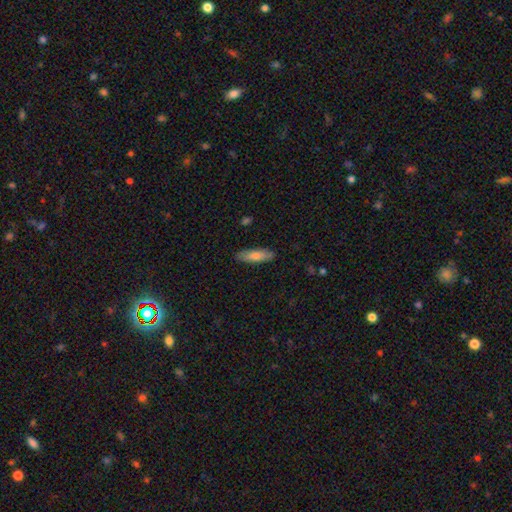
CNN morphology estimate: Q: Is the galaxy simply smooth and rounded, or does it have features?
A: smooth — 73%.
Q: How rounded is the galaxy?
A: in between — 51%.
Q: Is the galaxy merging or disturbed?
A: none — 87%.